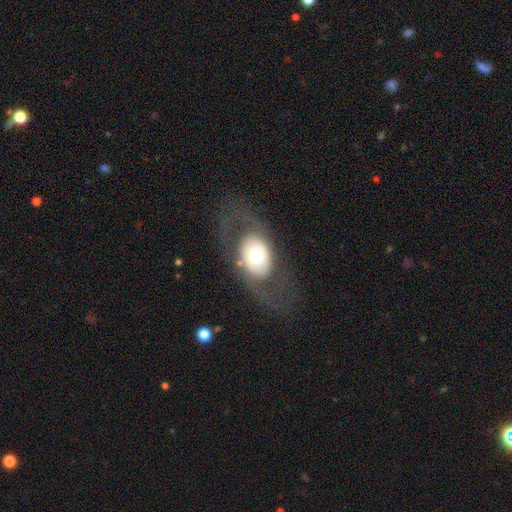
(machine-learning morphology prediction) Overall: featured or disk (49%; smooth 44%). Merging: none (69%).